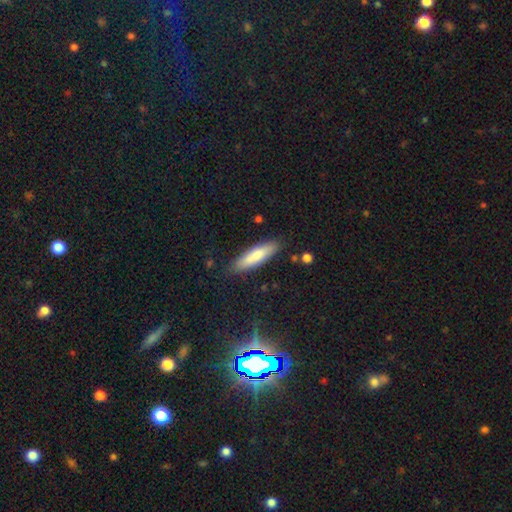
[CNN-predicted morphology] Smooth or featured: smooth — 77% (featured or disk — 17%)
How rounded: cigar-shaped — 66% (in between — 33%)
Merging: none — 85% (minor disturbance — 11%)